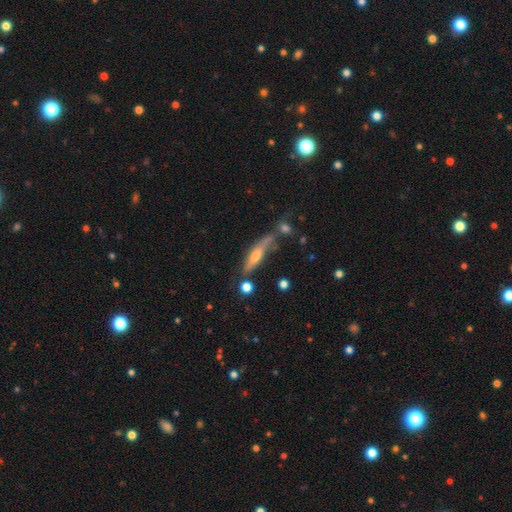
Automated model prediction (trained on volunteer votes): smooth_or_featured: featured or disk (p=0.55) [alt: smooth p=0.35]
disk_edge_on: yes (p=0.83) [alt: no p=0.17]
merging: none (p=0.53) [alt: minor disturbance p=0.20]